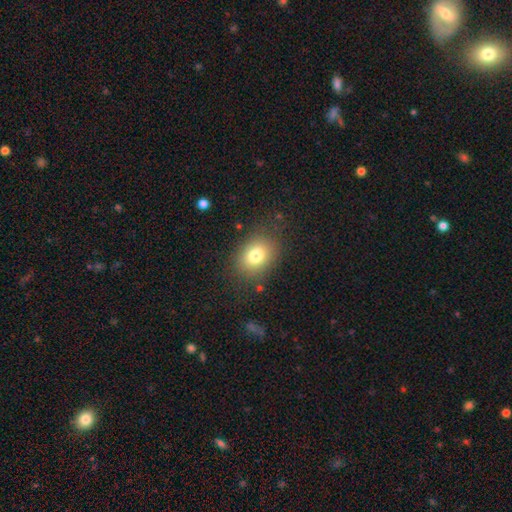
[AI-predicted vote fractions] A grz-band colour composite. It shows a smooth galaxy with no disk features (78%) that is in between round and cigar-shaped (61%). Merging: none (81%).